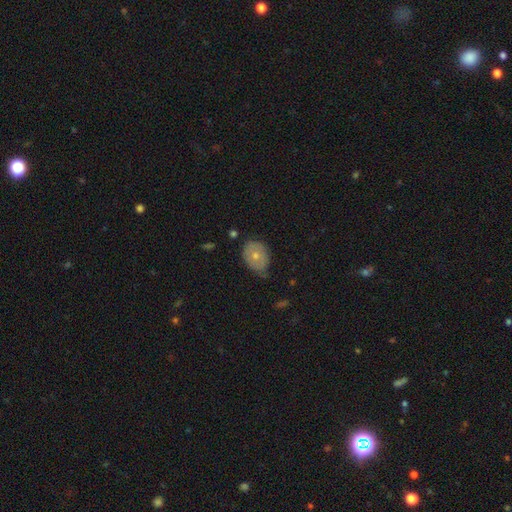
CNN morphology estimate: smooth_or_featured: smooth (p=0.64) [alt: featured or disk p=0.29]
how_rounded: in between (p=0.62) [alt: round p=0.37]
merging: none (p=0.59) [alt: minor disturbance p=0.33]